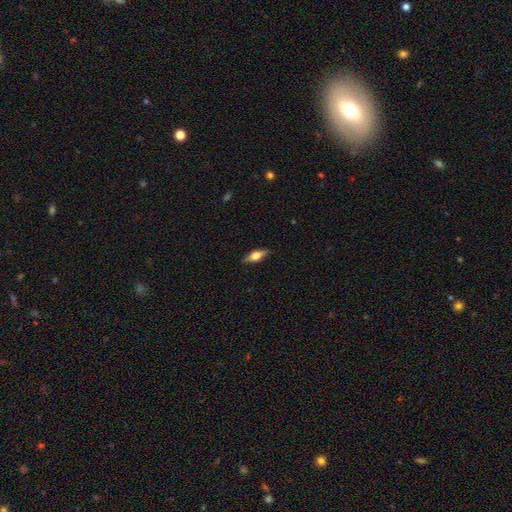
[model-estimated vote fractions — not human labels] smooth-or-featured: smooth: 57% | featured or disk: 36% | star or artifact: 7%
  how-rounded: in between: 66% | cigar-shaped: 30% | round: 4%
  merging: none: 84% | minor disturbance: 12% | major disturbance: 3% | merger: 1%